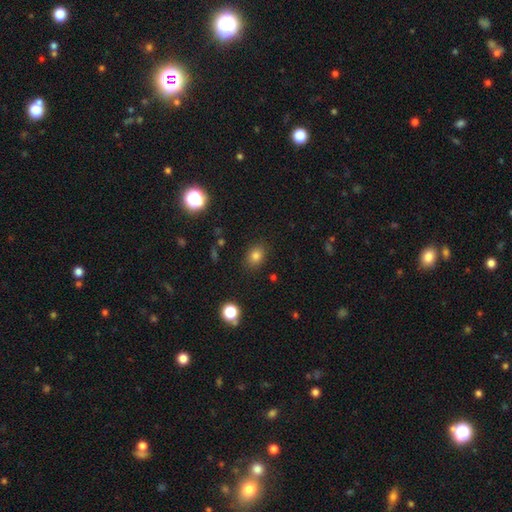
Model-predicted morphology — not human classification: smooth 80%, star or artifact 13%, featured or disk 6%. Down the decision tree: how rounded — in between (57%); merging — none (85%).